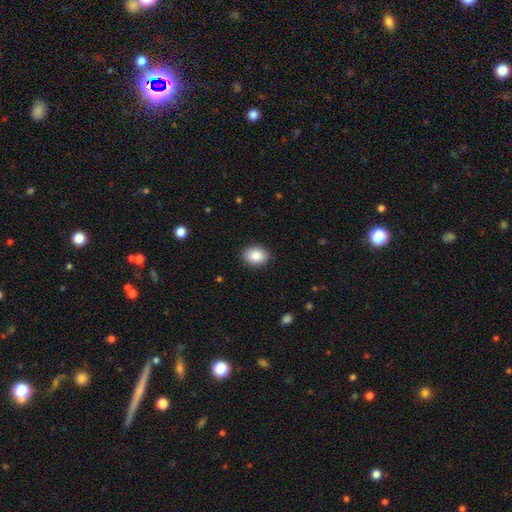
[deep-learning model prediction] This is clearly a smooth galaxy (87%). How rounded: likely in between (64%). Merging: clearly none (90%).